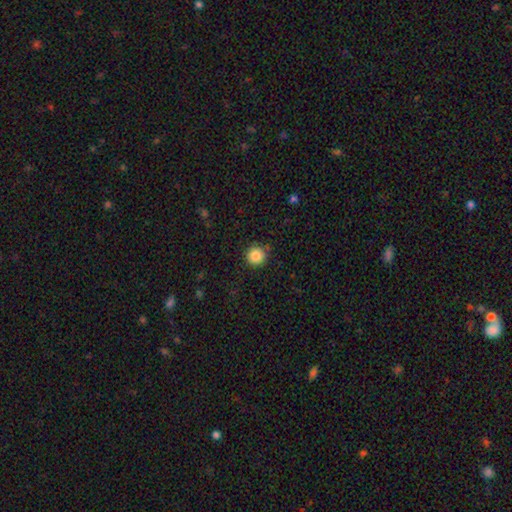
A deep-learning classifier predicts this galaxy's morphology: This appears to be a smooth galaxy with no disk features (85%) that is round (95%). Merging: none (89%).